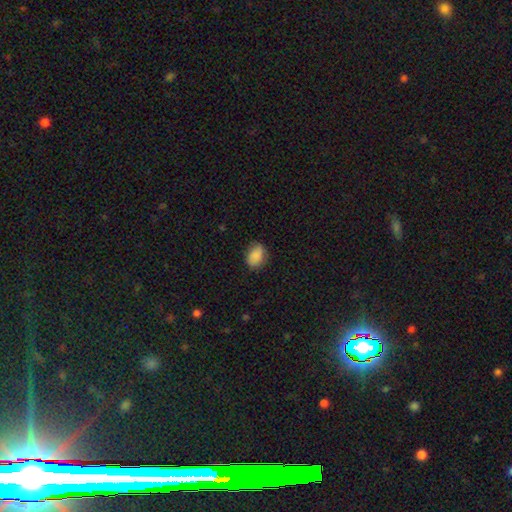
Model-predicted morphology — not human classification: This appears to be a smooth galaxy with no disk features (87%) that is in between round and cigar-shaped (75%). Merging: none (77%).